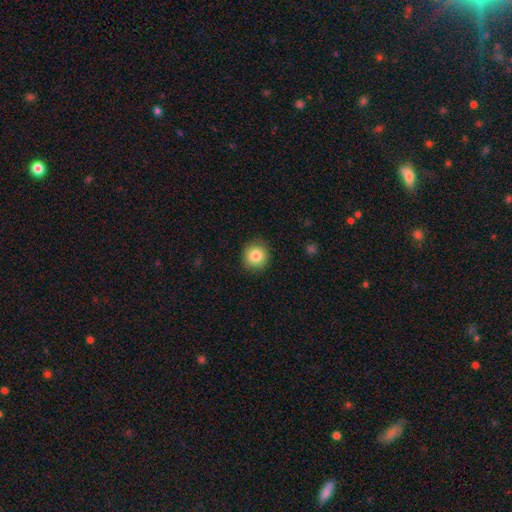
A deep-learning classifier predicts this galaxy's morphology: A smooth galaxy with no disk features (84%) that is round (90%).

Vote fractions:
- Smooth or featured? smooth: 84% / star or artifact: 9% / featured or disk: 7%
- How rounded? round: 90% / in between: 9% / cigar-shaped: 1%
- Merging? none: 89% / minor disturbance: 8% / major disturbance: 2% / merger: 1%